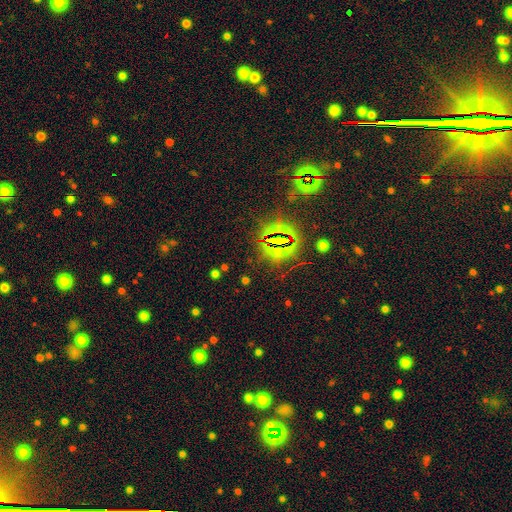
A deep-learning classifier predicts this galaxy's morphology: Smooth or featured: star or artifact — 79% (smooth — 12%)